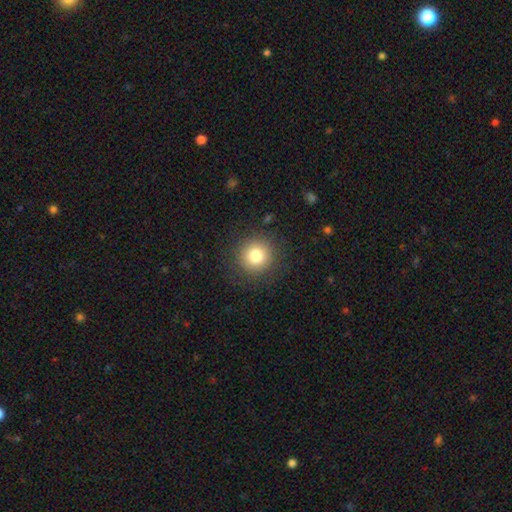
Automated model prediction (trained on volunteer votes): Q: Smooth or featured?
A: smooth (80%); runner-up: star or artifact (11%)
Q: How rounded?
A: round (94%); runner-up: in between (5%)
Q: Merging?
A: none (88%); runner-up: minor disturbance (7%)